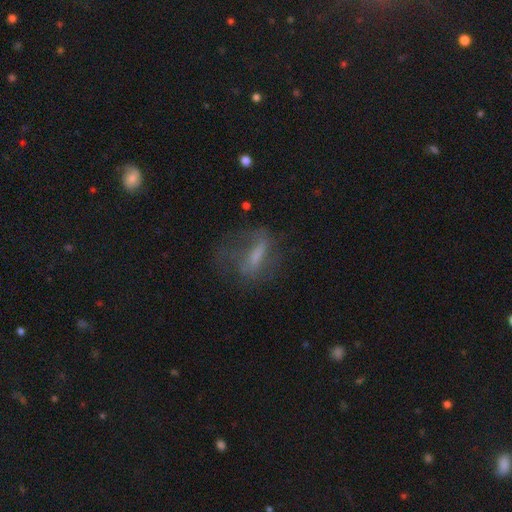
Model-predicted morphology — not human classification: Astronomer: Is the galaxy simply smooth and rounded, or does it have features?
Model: featured or disk — 47% (runner-up: smooth, 40%).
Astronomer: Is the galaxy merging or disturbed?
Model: none — 47% (runner-up: major disturbance, 30%).